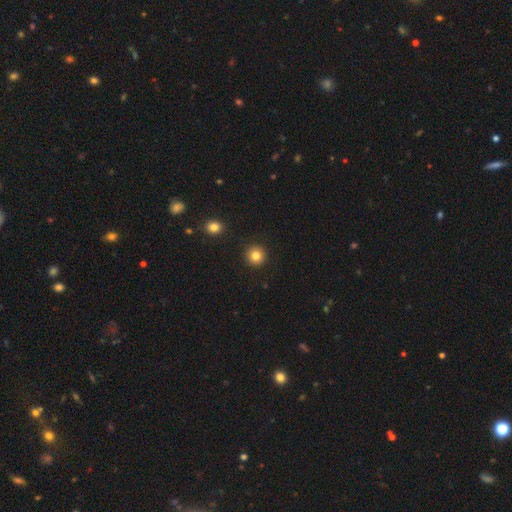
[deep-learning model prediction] Morphology: type=smooth (83%); roundness=round (95%); merging=none (92%).